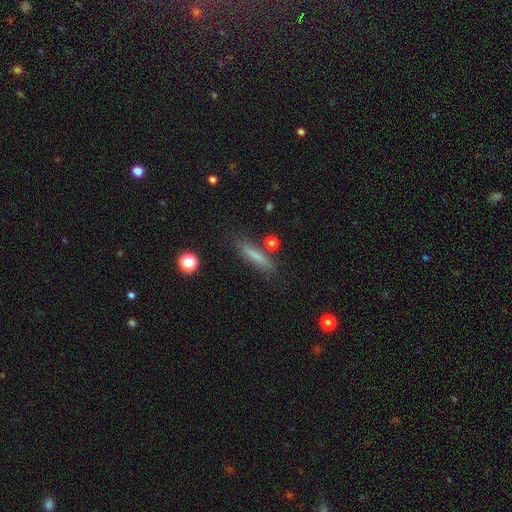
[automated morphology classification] A smooth galaxy with no disk features (76%) that is cigar-shaped (80%).

Vote fractions:
- Smooth or featured? smooth: 76% / featured or disk: 15% / star or artifact: 10%
- How rounded? cigar-shaped: 80% / in between: 17% / round: 3%
- Merging? none: 79% / minor disturbance: 12% / merger: 5% / major disturbance: 4%